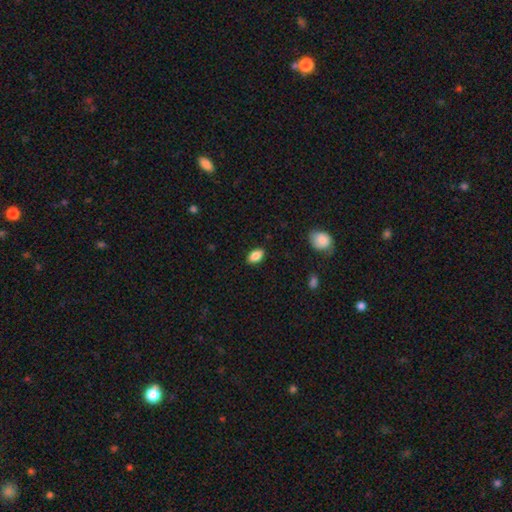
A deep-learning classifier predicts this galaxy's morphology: smooth_or_featured: smooth (p=0.85) [alt: star or artifact p=0.08]
how_rounded: in between (p=0.90) [alt: round p=0.06]
merging: none (p=0.87) [alt: minor disturbance p=0.10]